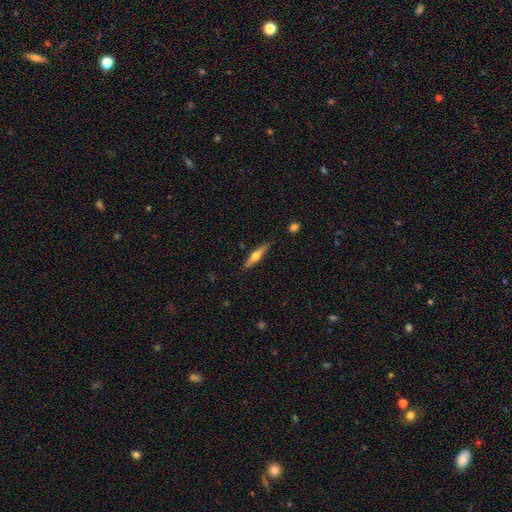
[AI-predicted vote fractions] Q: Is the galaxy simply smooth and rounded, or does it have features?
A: featured or disk — 51%.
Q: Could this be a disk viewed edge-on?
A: yes — 93%.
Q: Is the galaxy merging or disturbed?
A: none — 87%.